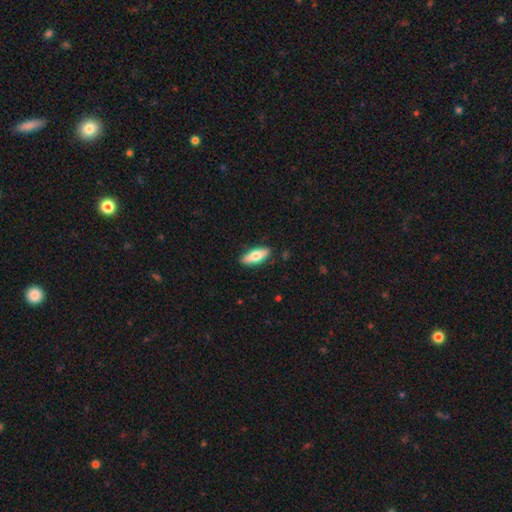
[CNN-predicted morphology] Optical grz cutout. It shows a smooth galaxy with no disk features (68%) that is in between round and cigar-shaped (66%). Merging: none (87%).